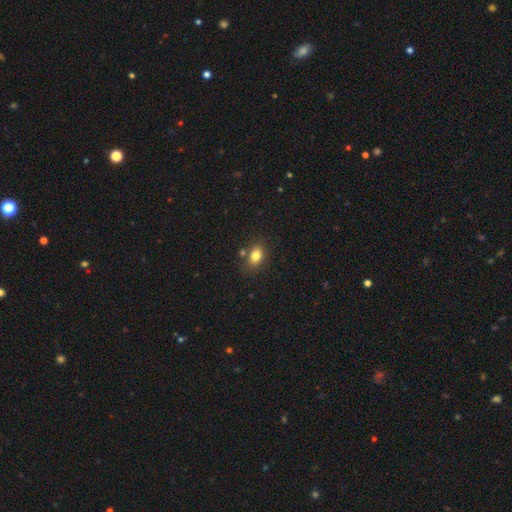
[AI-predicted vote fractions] Smooth or featured? smooth (81%)
How rounded? in between (71%)
Merging? none (70%)